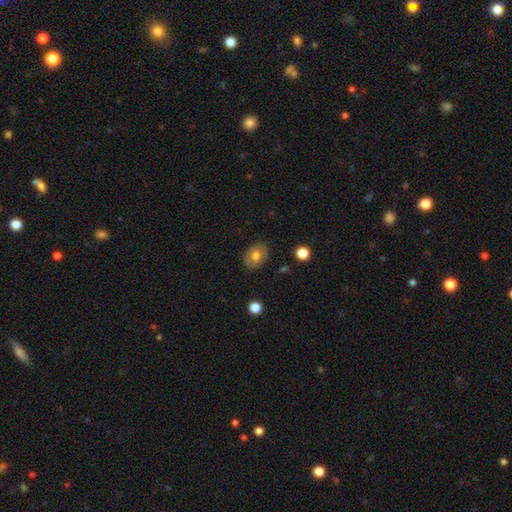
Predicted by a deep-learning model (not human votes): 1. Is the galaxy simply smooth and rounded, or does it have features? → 68% smooth, 24% featured or disk, 8% star or artifact.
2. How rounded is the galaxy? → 60% in between, 39% round, 1% cigar-shaped.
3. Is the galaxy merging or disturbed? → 84% none, 12% minor disturbance, 3% major disturbance, 1% merger.